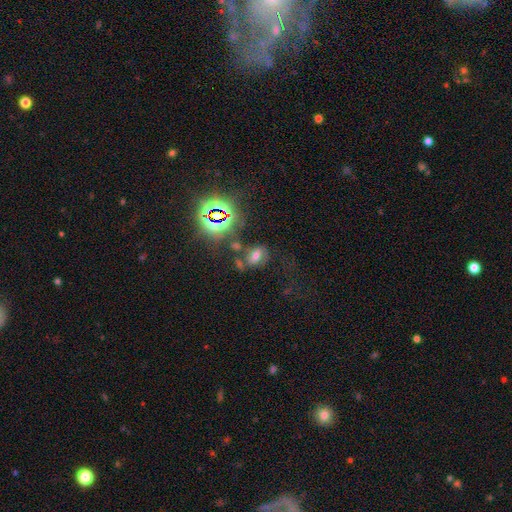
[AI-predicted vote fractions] Morphology: type=smooth (43%); merging=none (56%).